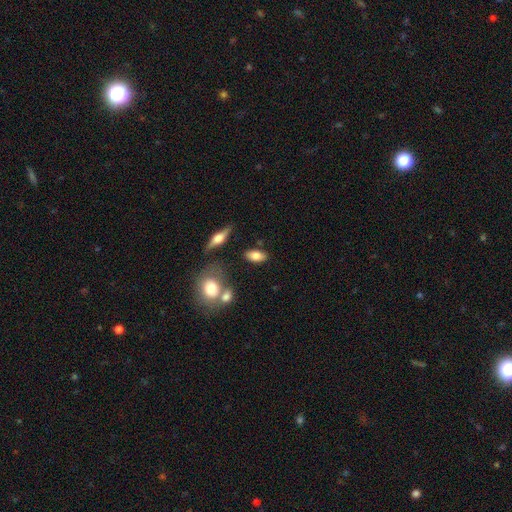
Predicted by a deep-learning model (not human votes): A smooth galaxy with no disk features (76%) that is in between round and cigar-shaped (86%). Merging: none (80%).